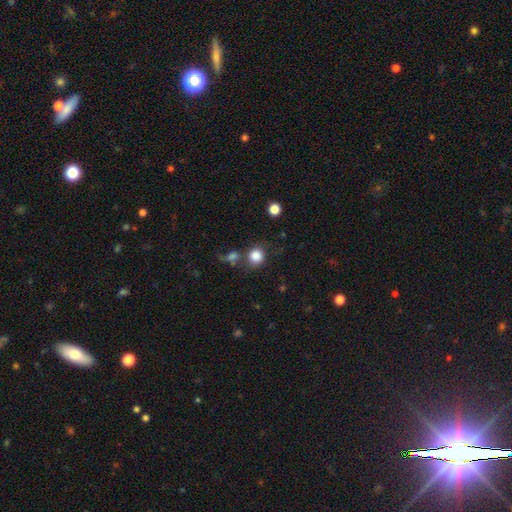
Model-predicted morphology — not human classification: Smooth or featured? Predicted: smooth (p=0.84). How rounded? Predicted: round (p=0.87). Merging? Predicted: none (p=0.68).